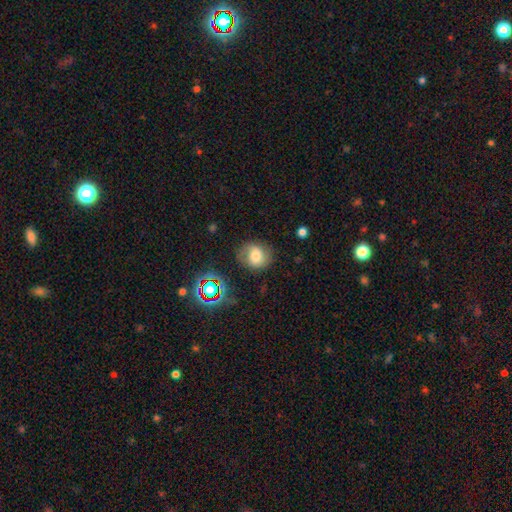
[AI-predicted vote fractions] smooth_or_featured: smooth (p=0.63) [alt: featured or disk p=0.23]
how_rounded: round (p=0.66) [alt: in between p=0.33]
merging: none (p=0.74) [alt: minor disturbance p=0.18]